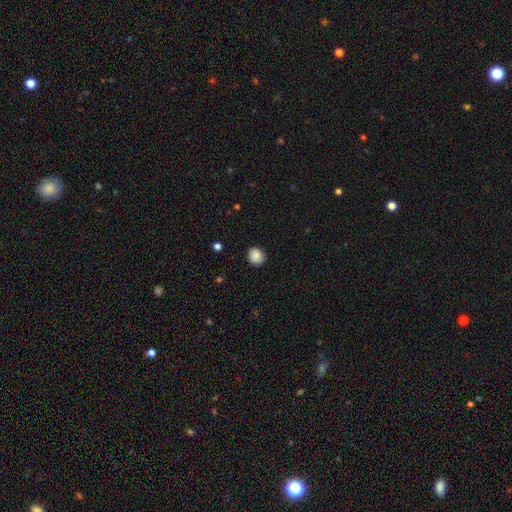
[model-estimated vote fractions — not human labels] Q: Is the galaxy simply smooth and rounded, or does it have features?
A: smooth — 88%.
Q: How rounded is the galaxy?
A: round — 79%.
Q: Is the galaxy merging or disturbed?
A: none — 89%.